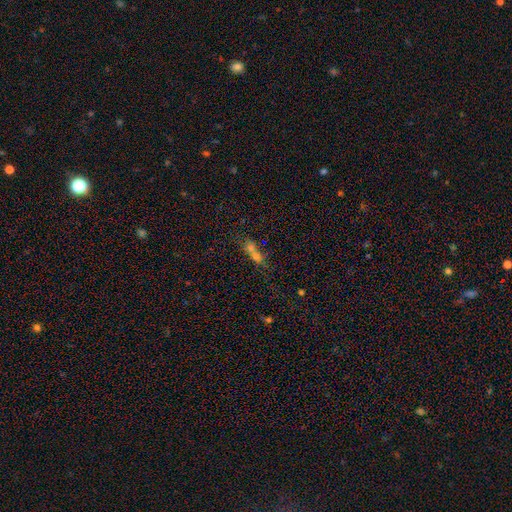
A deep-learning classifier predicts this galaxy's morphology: A smooth galaxy with no disk features (55%) that is round (48%). Merging: merger (63%).